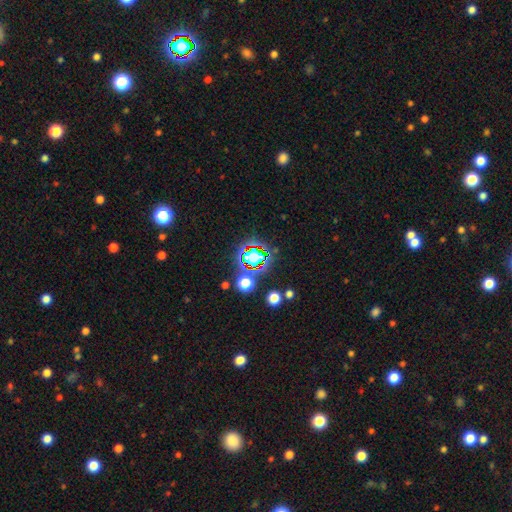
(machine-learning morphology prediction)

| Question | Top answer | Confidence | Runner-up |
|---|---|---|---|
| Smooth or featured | star or artifact | 59% | smooth (28%) |